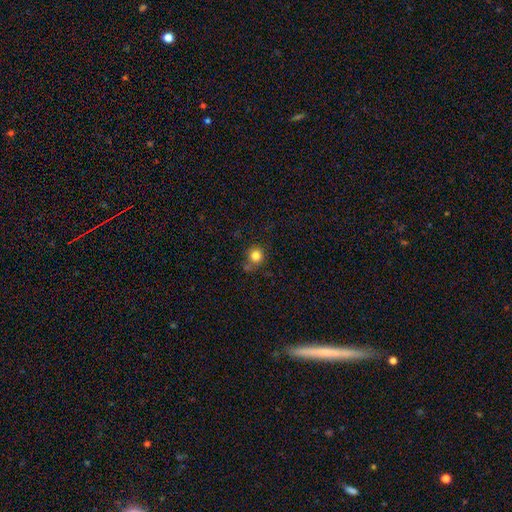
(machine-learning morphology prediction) The model was most divided on "merging": none: 67%, minor disturbance: 16%, merger: 11%, major disturbance: 5%. More confident: how rounded — round (89%); smooth or featured — smooth (82%).